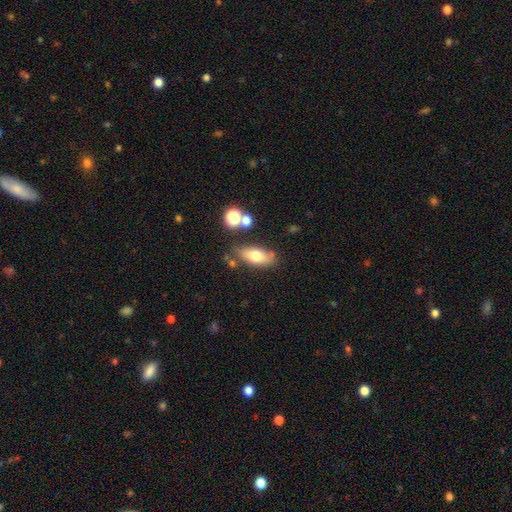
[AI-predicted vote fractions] smooth 68%, featured or disk 23%, star or artifact 9%. Down the decision tree: how rounded — in between (79%); merging — none (71%).